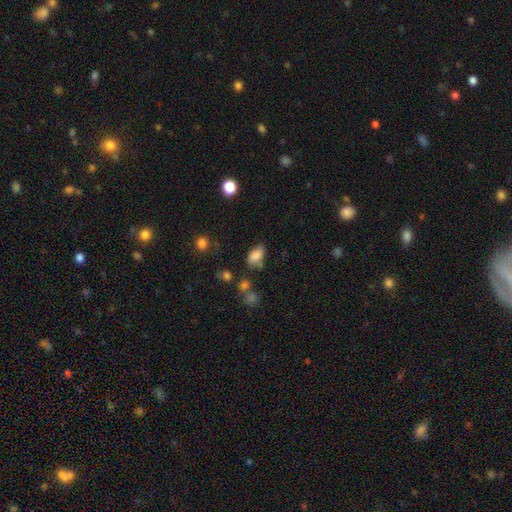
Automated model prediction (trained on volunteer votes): This is clearly a smooth galaxy (82%). How rounded: clearly in between (89%). Merging: possibly none (56%).